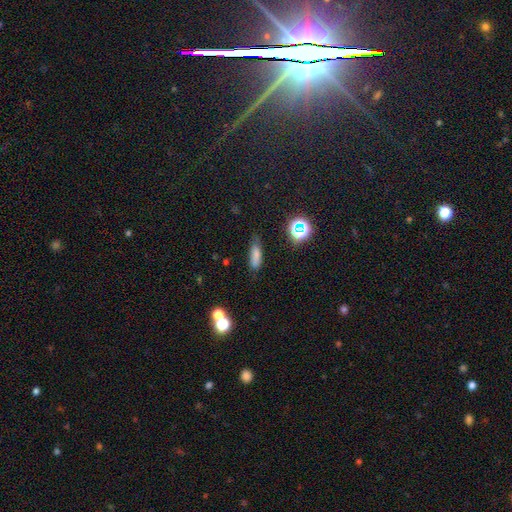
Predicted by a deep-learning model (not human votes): smooth-or-featured: smooth: 73% | star or artifact: 16% | featured or disk: 12%
  how-rounded: cigar-shaped: 48% (tied) | in between: 48% (tied) | round: 5%
  merging: none: 62% | minor disturbance: 27% | major disturbance: 8% | merger: 4%